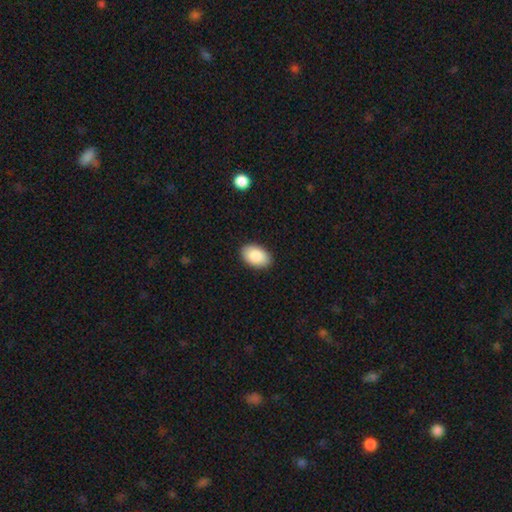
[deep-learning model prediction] This is clearly a smooth galaxy (89%). How rounded: clearly in between (93%). Merging: clearly none (90%).